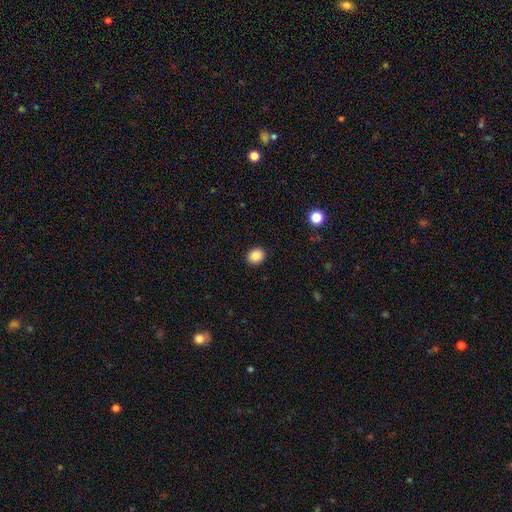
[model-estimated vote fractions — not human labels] The model was most divided on "how rounded": round: 67%, in between: 33%, cigar-shaped: 1%. More confident: merging — none (90%); smooth or featured — smooth (87%).